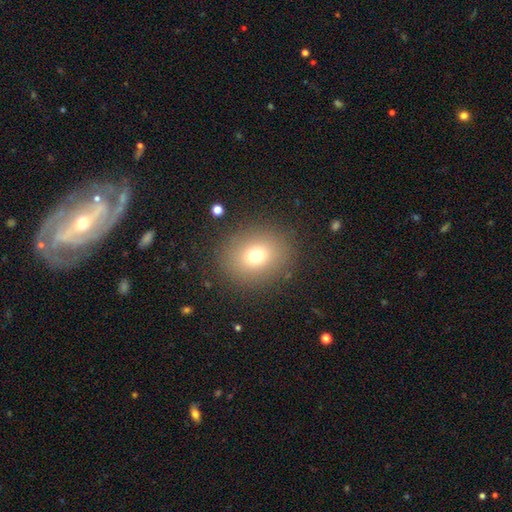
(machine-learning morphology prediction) This appears to be a smooth galaxy with no disk features (72%) that is round (70%). Merging: none (87%).